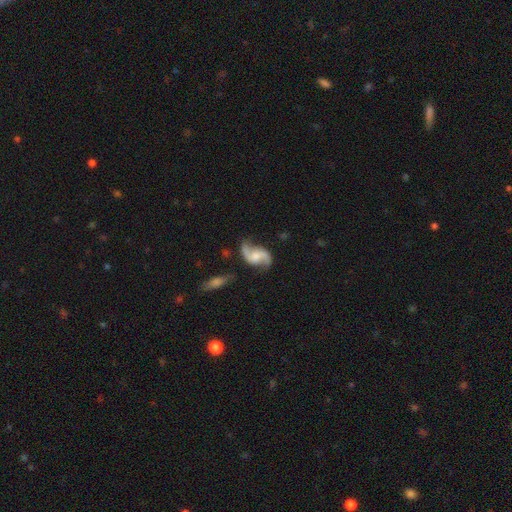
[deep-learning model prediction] smooth-or-featured: featured or disk: 87% | smooth: 8% | star or artifact: 5%
  disk-edge-on: no: 97% | yes: 3%
    bar: no: 56% | weak: 36% | strong: 8%
    has-spiral-arms: yes: 97% | no: 3%
      spiral-winding: loose: 65% | medium: 29% | tight: 6%
      spiral-arm-count: 2: 93% | can't tell: 2% | 1: 2% | 3: 1% | 4: 1% | more than 4: 1%
    bulge-size: moderate: 42% | small: 32% | none: 17% | large: 8% | dominant: 2%
  merging: none: 72% | minor disturbance: 17% | major disturbance: 7% | merger: 4%